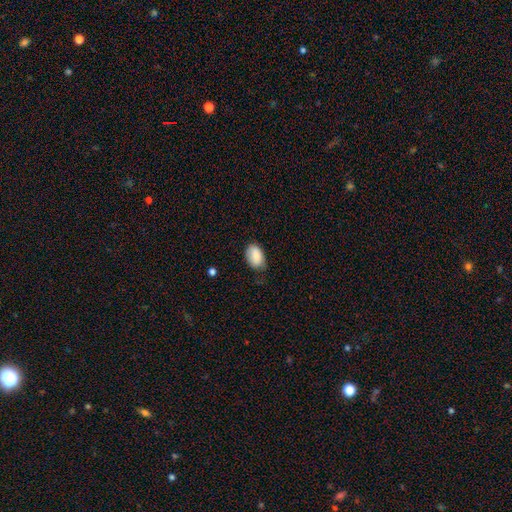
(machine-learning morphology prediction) smooth_or_featured: smooth (p=0.86) [alt: featured or disk p=0.07]
how_rounded: in between (p=0.90) [alt: round p=0.09]
merging: none (p=0.66) [alt: minor disturbance p=0.28]